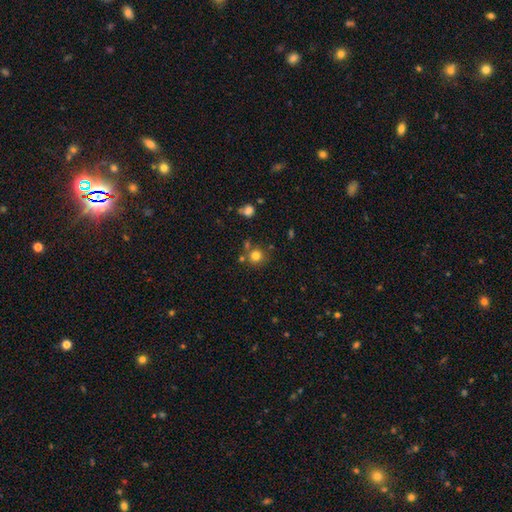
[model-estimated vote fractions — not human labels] The model was most divided on "merging": none: 72%, merger: 14%, minor disturbance: 10%, major disturbance: 4%. More confident: how rounded — round (90%); smooth or featured — smooth (79%).